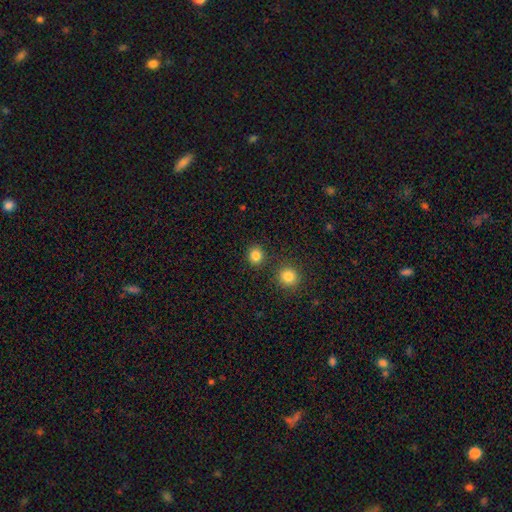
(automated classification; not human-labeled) smooth_or_featured: smooth (p=0.84) [alt: star or artifact p=0.12]
how_rounded: round (p=0.84) [alt: in between p=0.15]
merging: none (p=0.84) [alt: minor disturbance p=0.07]